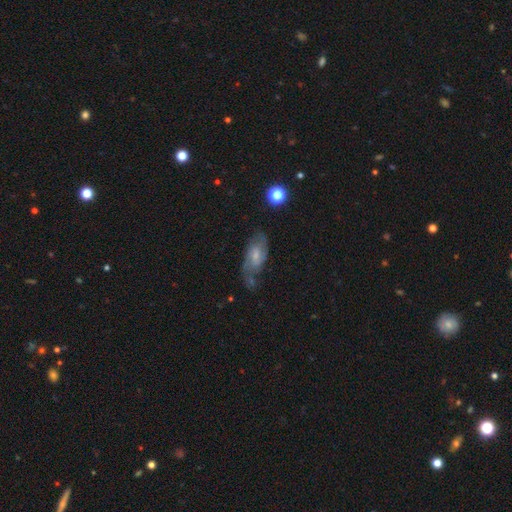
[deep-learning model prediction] Overall: featured or disk (60%; smooth 32%). Edge-on disk: no (92%). Bar: weak (53%; no 36%). Spiral arms: yes (86%). Bulge size: small (47%; moderate 36%). Merging: none (59%; minor disturbance 24%).